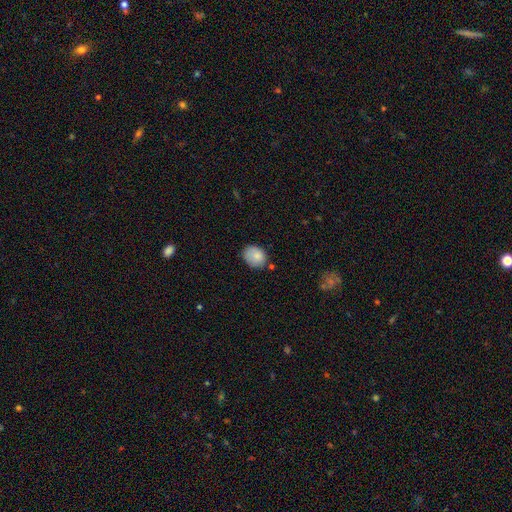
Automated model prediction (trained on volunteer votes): This is clearly a smooth galaxy (85%). How rounded: possibly in between (54%). Merging: likely none (68%).